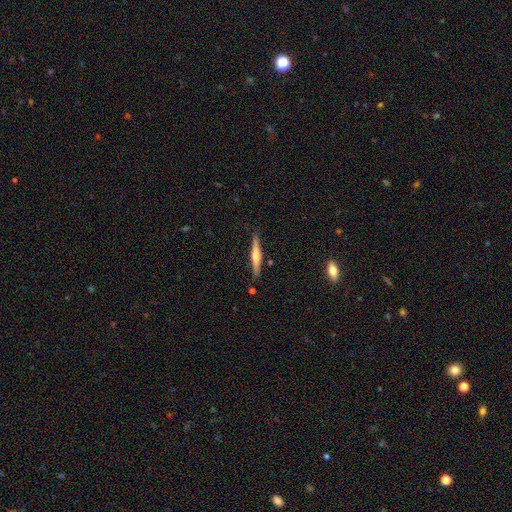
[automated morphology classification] The model was most divided on "smooth or featured": featured or disk: 56%, smooth: 38%, star or artifact: 6%. More confident: edge-on disk — yes (97%); merging — none (85%); edge-on bulge — rounded (67%).